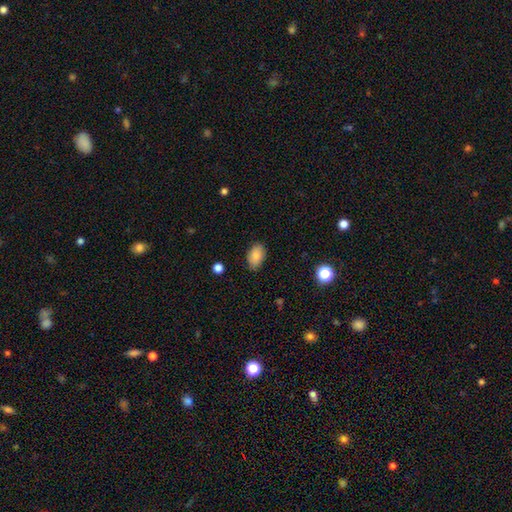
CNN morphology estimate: A smooth galaxy with no disk features (84%) that is in between round and cigar-shaped (88%). Merging: none (82%).